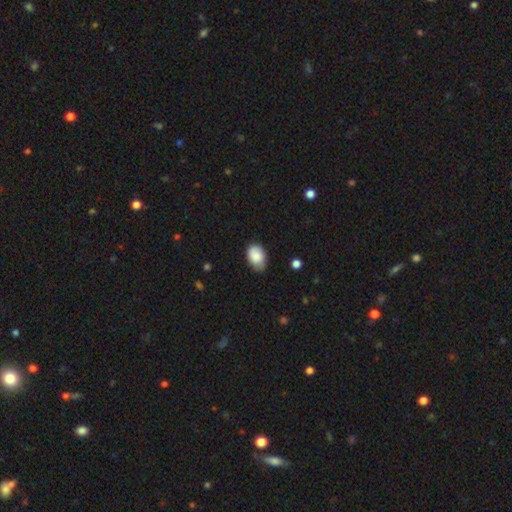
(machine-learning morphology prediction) A smooth galaxy with no disk features (87%) that is in between round and cigar-shaped (86%). Merging: none (66%).